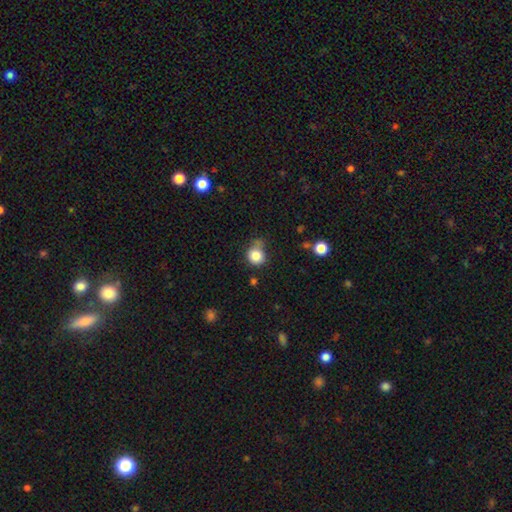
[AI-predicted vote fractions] Smooth or featured? Predicted: smooth (p=0.82). How rounded? Predicted: round (p=0.84). Merging? Predicted: none (p=0.61).